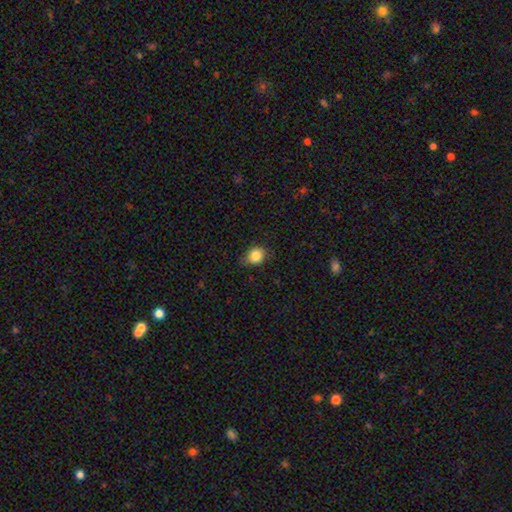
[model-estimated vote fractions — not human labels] This is clearly a smooth galaxy (85%). How rounded: possibly round (60%). Merging: likely none (74%).